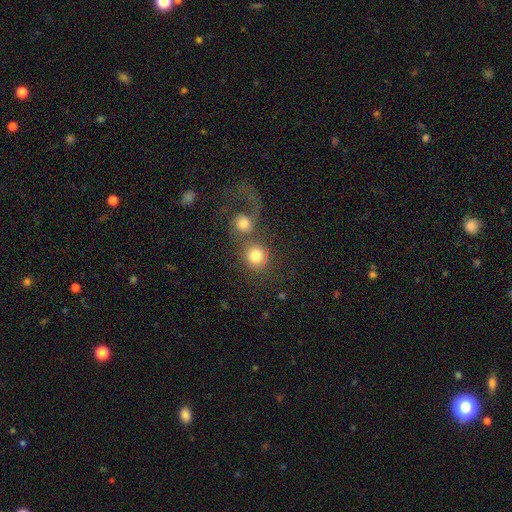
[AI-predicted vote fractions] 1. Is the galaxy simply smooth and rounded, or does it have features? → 76% smooth, 15% featured or disk, 9% star or artifact.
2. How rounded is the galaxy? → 88% round, 11% in between, 1% cigar-shaped.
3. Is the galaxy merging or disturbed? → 48% merger, 36% none, 9% major disturbance, 7% minor disturbance.